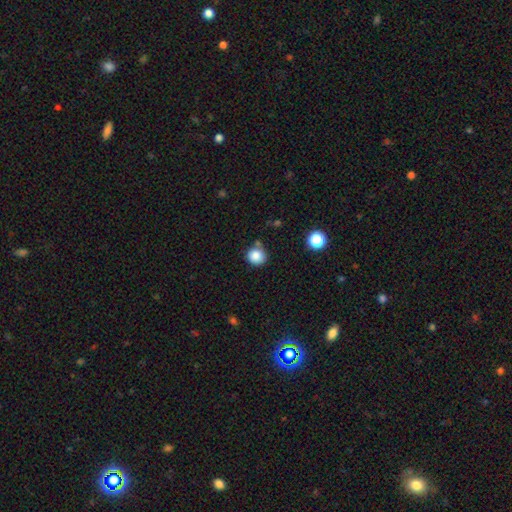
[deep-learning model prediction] Overall: smooth (85%). How rounded: round (89%). Merging: none (74%).